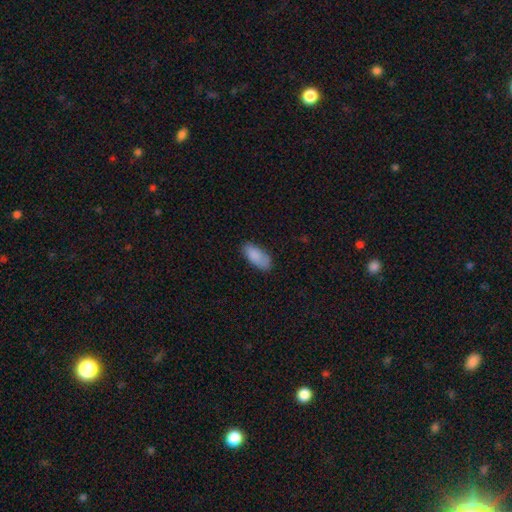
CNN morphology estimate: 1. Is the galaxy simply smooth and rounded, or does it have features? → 86% smooth, 7% featured or disk, 6% star or artifact.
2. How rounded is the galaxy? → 90% in between, 7% cigar-shaped, 2% round.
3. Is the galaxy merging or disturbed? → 76% none, 19% minor disturbance, 4% major disturbance, 1% merger.